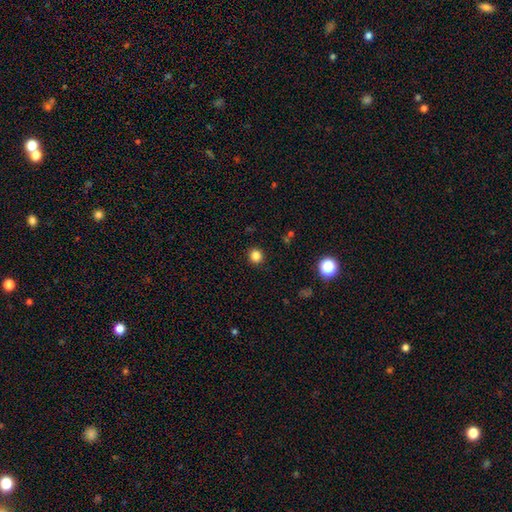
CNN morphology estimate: smooth_or_featured: smooth (p=0.83) [alt: star or artifact p=0.13]
how_rounded: round (p=0.92) [alt: in between p=0.07]
merging: none (p=0.91) [alt: minor disturbance p=0.06]